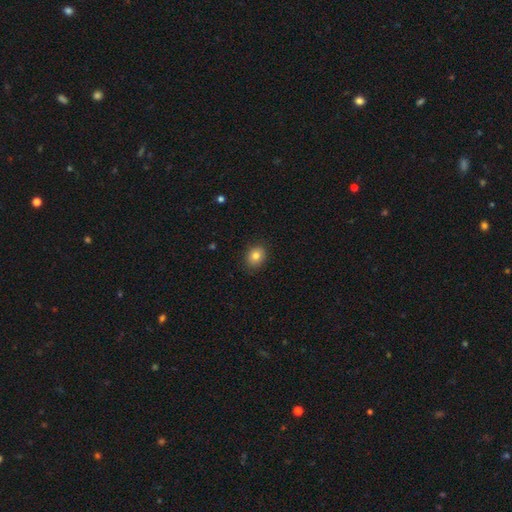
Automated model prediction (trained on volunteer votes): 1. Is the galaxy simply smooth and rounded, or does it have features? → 82% smooth, 10% star or artifact, 8% featured or disk.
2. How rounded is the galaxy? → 58% round, 41% in between, 1% cigar-shaped.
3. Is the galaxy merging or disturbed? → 89% none, 8% minor disturbance, 2% major disturbance, 1% merger.